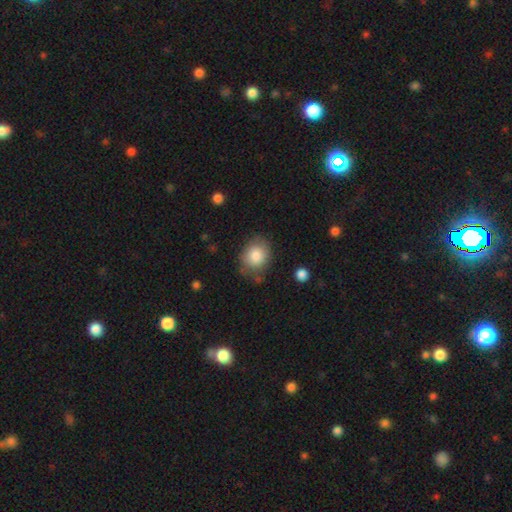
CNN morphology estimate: This appears to be a smooth galaxy with no disk features (83%) that is round (61%). Merging: none (72%).